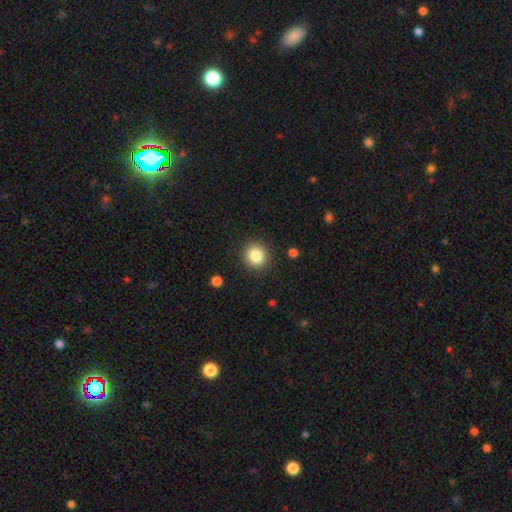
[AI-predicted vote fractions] This is clearly a smooth galaxy (84%). How rounded: clearly round (91%). Merging: clearly none (90%).